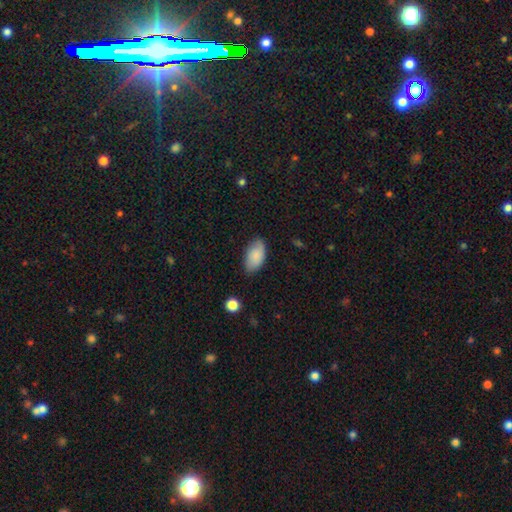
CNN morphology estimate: Q: Smooth or featured?
A: smooth (83%); runner-up: featured or disk (10%)
Q: How rounded?
A: in between (95%); runner-up: round (3%)
Q: Merging?
A: none (76%); runner-up: minor disturbance (19%)